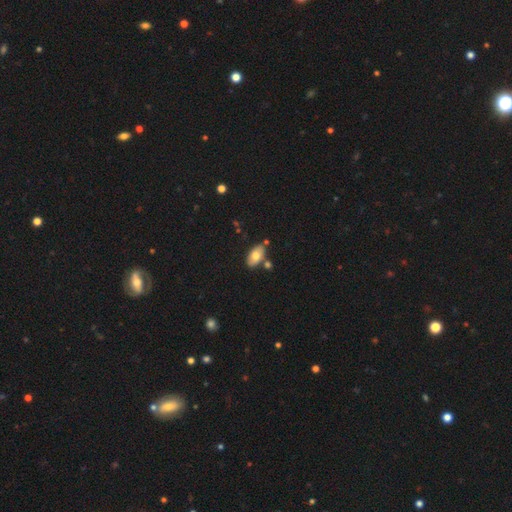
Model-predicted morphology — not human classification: type=smooth (70%); roundness=in between (93%); merging=none (71%).